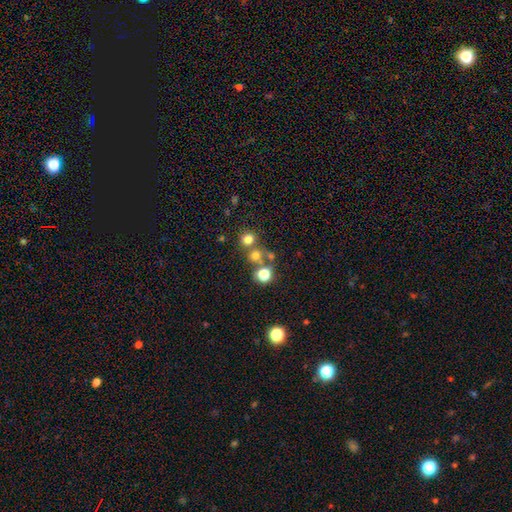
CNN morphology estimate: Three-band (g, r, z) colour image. It shows a smooth galaxy with no disk features (69%) that is round (87%). Merging: none (58%).